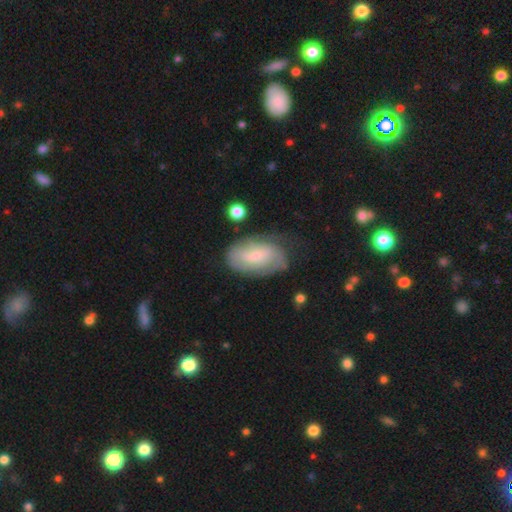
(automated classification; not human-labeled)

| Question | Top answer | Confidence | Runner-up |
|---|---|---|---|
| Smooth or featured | featured or disk | 64% | smooth (29%) |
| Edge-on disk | no | 95% | yes (5%) |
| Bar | no | 46% | weak (43%) |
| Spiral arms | yes | 86% | no (14%) |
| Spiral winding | tight | 51% | medium (35%) |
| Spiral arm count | can't tell | 41% | 2 (39%) |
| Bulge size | small | 70% | moderate (23%) |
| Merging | none | 64% | minor disturbance (24%) |